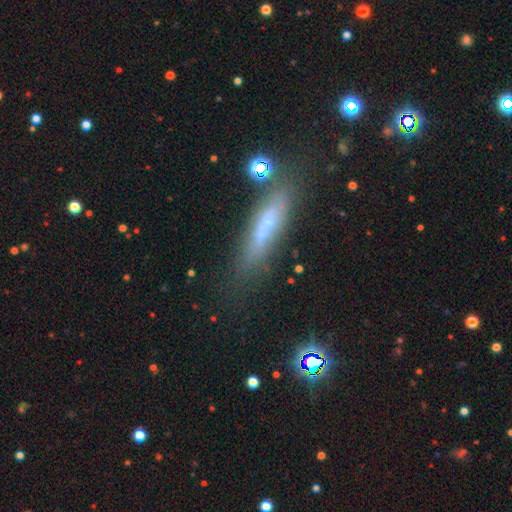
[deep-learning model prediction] Overall: featured or disk (50%; smooth 37%). Merging: none (71%).